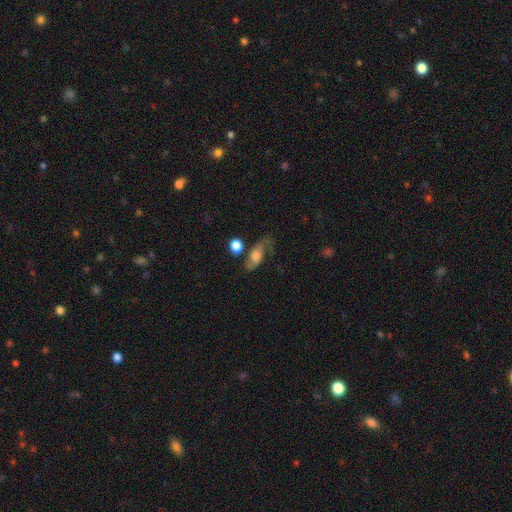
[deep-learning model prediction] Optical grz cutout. It shows a featured or disk galaxy (49%). Merging: none (48%).